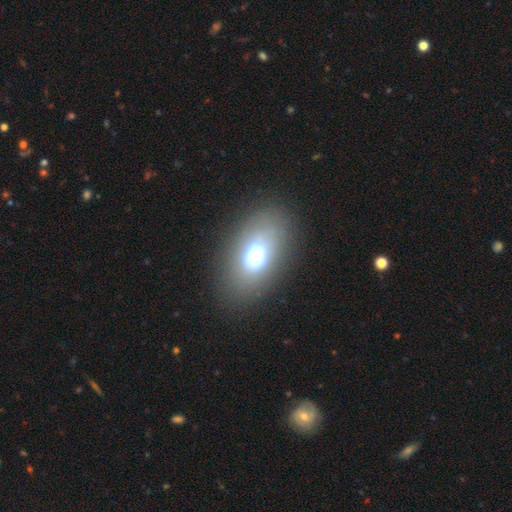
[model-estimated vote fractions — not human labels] A smooth galaxy with no disk features (66%) that is in between round and cigar-shaped (86%).

Vote fractions:
- Smooth or featured? smooth: 66% / featured or disk: 22% / star or artifact: 12%
- How rounded? in between: 86% / round: 12% / cigar-shaped: 2%
- Merging? none: 77% / minor disturbance: 14% / major disturbance: 7% / merger: 2%